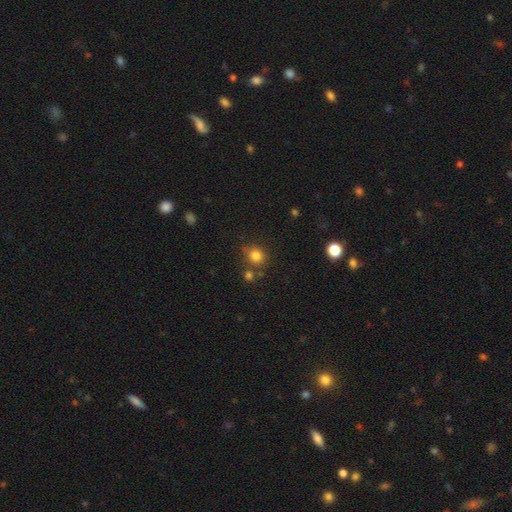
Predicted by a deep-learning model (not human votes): Overall: smooth (81%). How rounded: round (80%). Merging: none (70%).